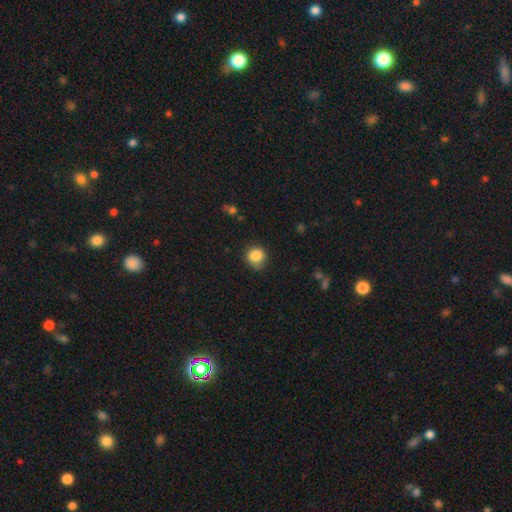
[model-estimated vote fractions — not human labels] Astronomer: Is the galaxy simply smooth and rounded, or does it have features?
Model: smooth — 85%.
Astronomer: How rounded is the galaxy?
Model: round — 84%.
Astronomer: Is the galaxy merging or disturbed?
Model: none — 74%.